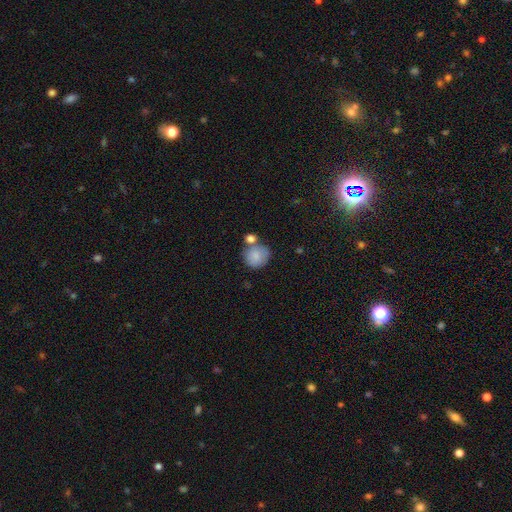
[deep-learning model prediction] Overall: smooth (84%). How rounded: round (84%). Merging: none (54%; merger 26%).